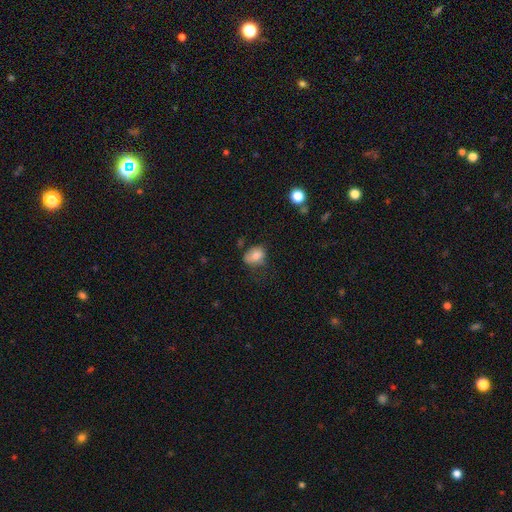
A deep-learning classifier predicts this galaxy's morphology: This is likely a smooth galaxy (76%). How rounded: likely in between (60%). Merging: marginally none (43%).